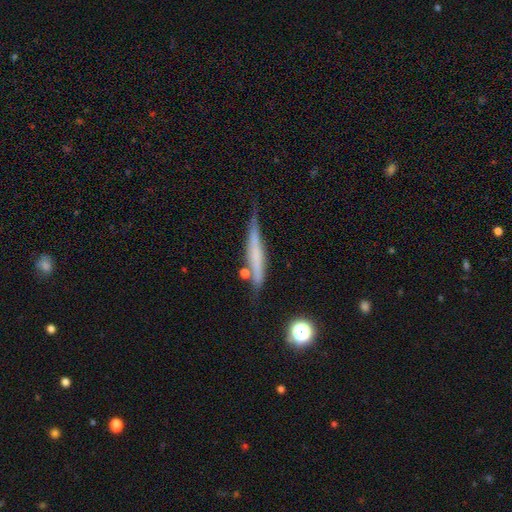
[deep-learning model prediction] Smooth or featured? featured or disk (49%)
Merging? none (66%)